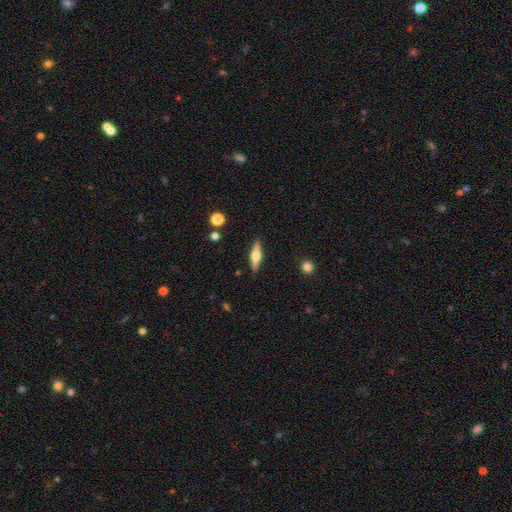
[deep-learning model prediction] Overall: featured or disk (57%; smooth 36%). Edge-on disk: yes (95%). Edge-on bulge: rounded (93%). Merging: none (89%).